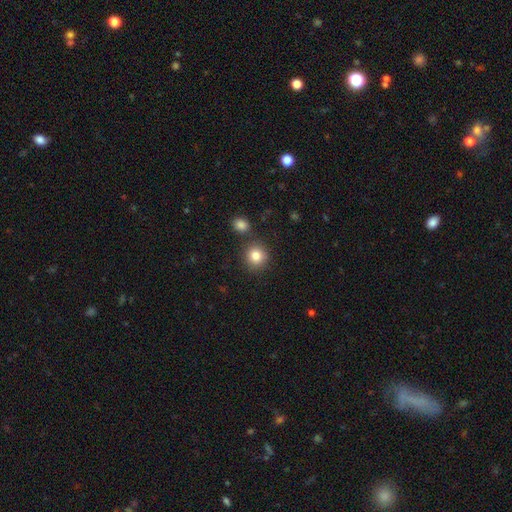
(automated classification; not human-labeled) Q: Smooth or featured?
A: smooth (83%); runner-up: star or artifact (10%)
Q: How rounded?
A: round (89%); runner-up: in between (10%)
Q: Merging?
A: none (82%); runner-up: minor disturbance (8%)